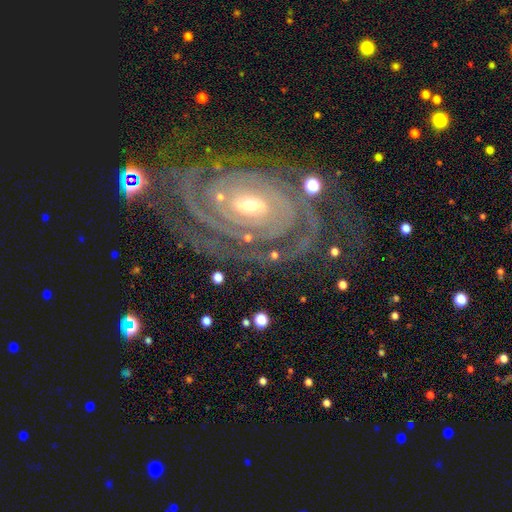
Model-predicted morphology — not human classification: Smooth or featured? Predicted: featured or disk (p=0.91). Edge-on disk? Predicted: no (p=0.96). Bar? Predicted: no (p=0.44). Spiral arms? Predicted: yes (p=0.98). Spiral winding? Predicted: tight (p=0.84). Spiral arm count? Predicted: 2 (p=0.28). Bulge size? Predicted: small (p=0.54). Merging? Predicted: none (p=0.72).